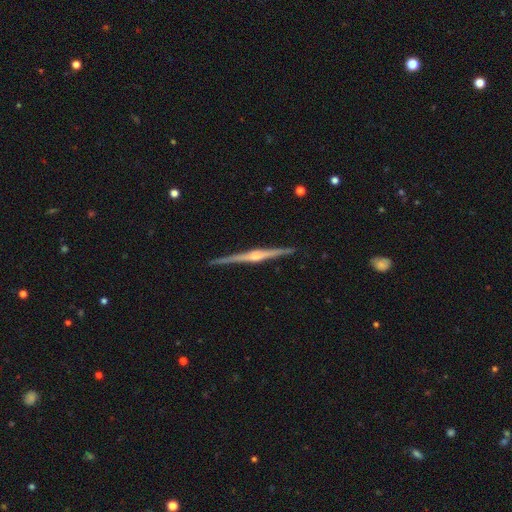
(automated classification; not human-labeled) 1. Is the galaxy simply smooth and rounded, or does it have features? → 86% featured or disk, 9% smooth, 5% star or artifact.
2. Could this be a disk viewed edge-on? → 99% yes, 1% no.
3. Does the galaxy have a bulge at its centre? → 81% rounded, 11% boxy, 8% none.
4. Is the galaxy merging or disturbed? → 92% none, 6% minor disturbance, 1% major disturbance, 1% merger.